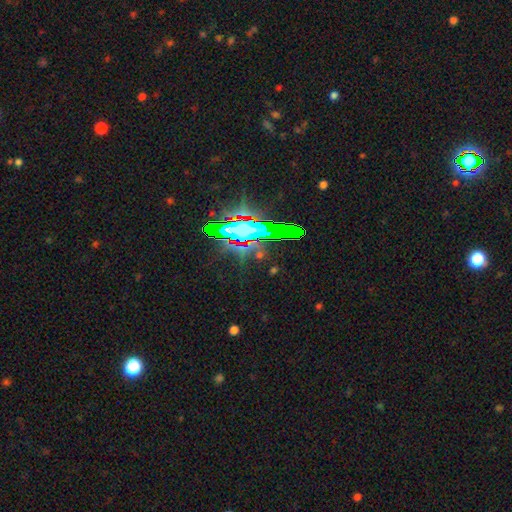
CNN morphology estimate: Smooth or featured?
  - star or artifact: 73% *
  - featured or disk: 14%
  - smooth: 13%